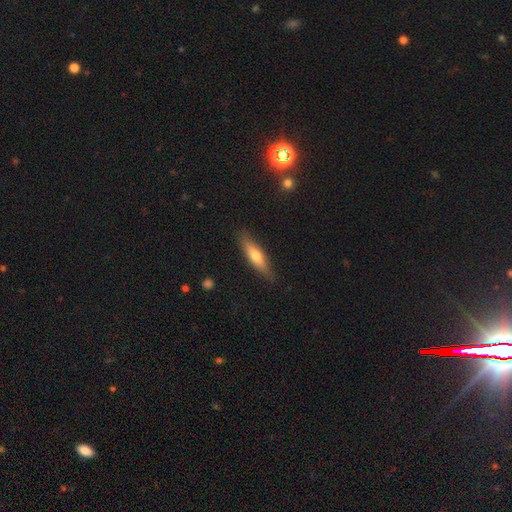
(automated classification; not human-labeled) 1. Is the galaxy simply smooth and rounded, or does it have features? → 56% smooth, 38% featured or disk, 6% star or artifact.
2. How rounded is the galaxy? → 71% cigar-shaped, 27% in between, 2% round.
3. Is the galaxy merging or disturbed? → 85% none, 11% minor disturbance, 2% major disturbance, 1% merger.